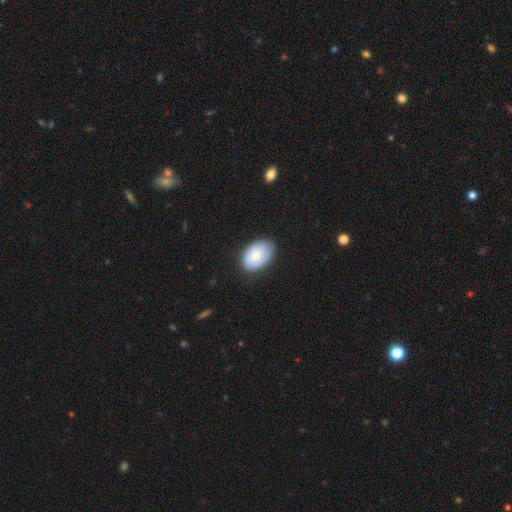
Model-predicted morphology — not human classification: Smooth or featured? Predicted: smooth (p=0.70). How rounded? Predicted: in between (p=0.87). Merging? Predicted: none (p=0.77).